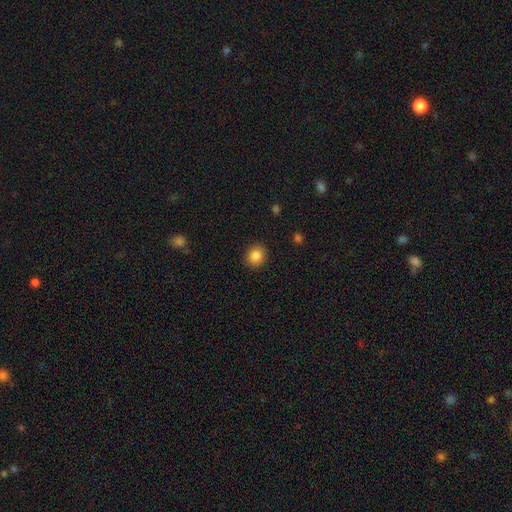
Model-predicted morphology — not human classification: Q: Smooth or featured?
A: smooth (85%); runner-up: star or artifact (10%)
Q: How rounded?
A: round (79%); runner-up: in between (20%)
Q: Merging?
A: none (90%); runner-up: minor disturbance (7%)